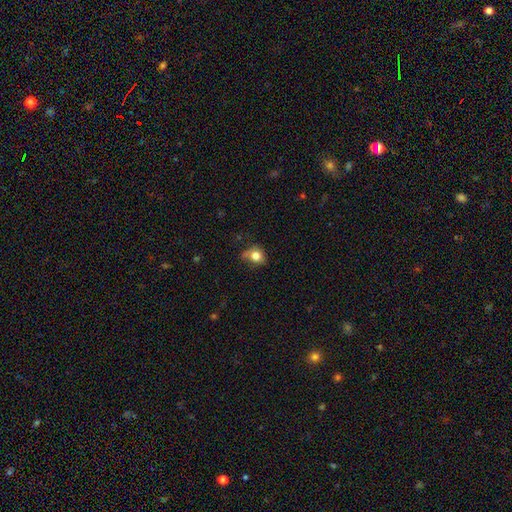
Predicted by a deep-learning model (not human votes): smooth 79%, star or artifact 11%, featured or disk 10%. Down the decision tree: how rounded — round (70%); merging — none (58%).